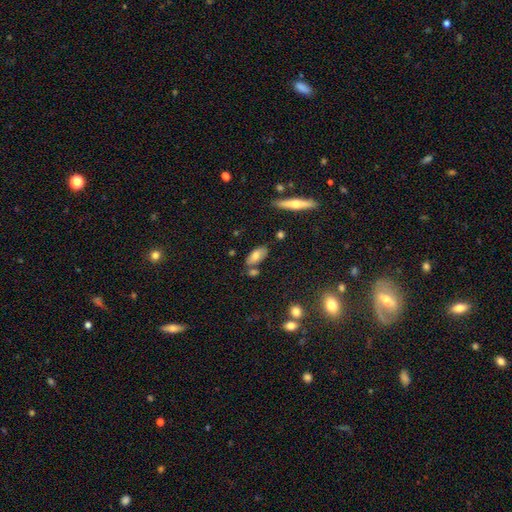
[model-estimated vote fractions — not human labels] Smooth or featured: smooth — 72% (featured or disk — 21%)
How rounded: in between — 86% (cigar-shaped — 12%)
Merging: none — 71% (minor disturbance — 14%)